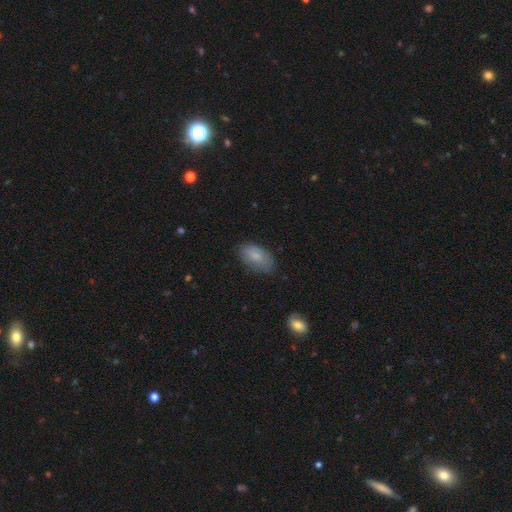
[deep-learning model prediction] Smooth or featured? smooth (81%)
How rounded? in between (93%)
Merging? none (71%)